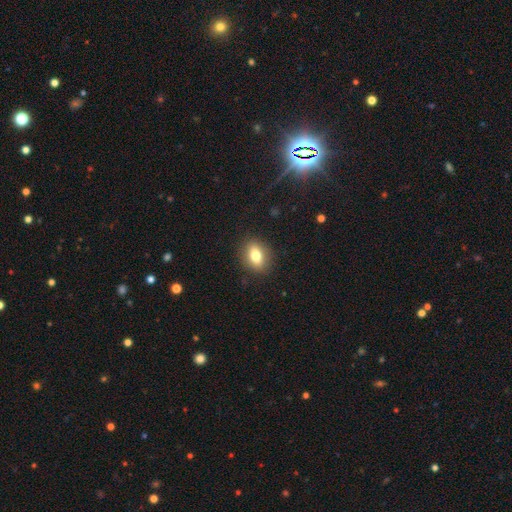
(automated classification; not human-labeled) A smooth galaxy with no disk features (79%) that is in between round and cigar-shaped (69%). Merging: none (88%).